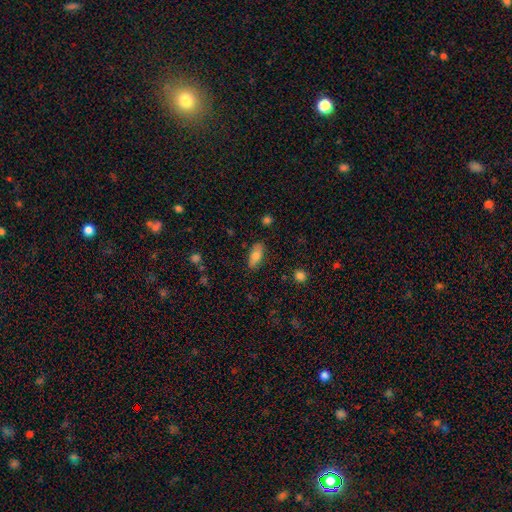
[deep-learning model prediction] Smooth or featured? Predicted: smooth (p=0.78). How rounded? Predicted: in between (p=0.82). Merging? Predicted: none (p=0.84).